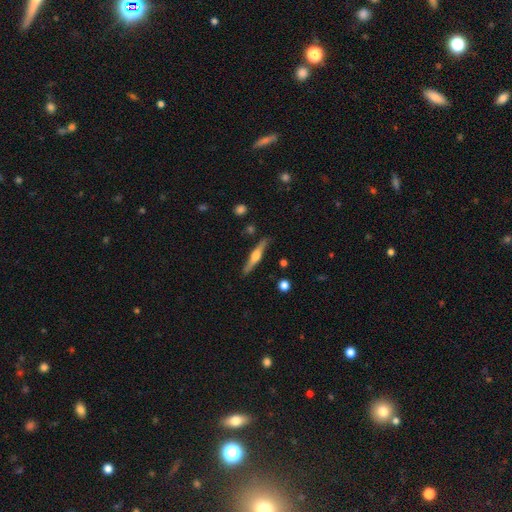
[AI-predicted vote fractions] This is likely a featured or disk galaxy (67%). It is clearly viewed edge-on (97%). Edge-on bulge: clearly rounded (92%). Merging: clearly none (87%).